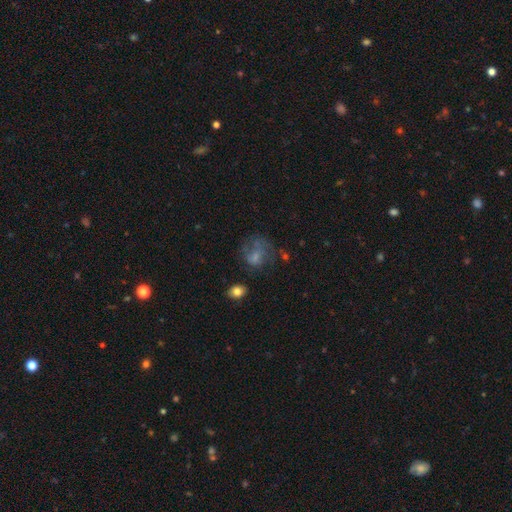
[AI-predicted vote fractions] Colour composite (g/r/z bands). It shows a smooth galaxy with no disk features (47%). Merging: none (39%).